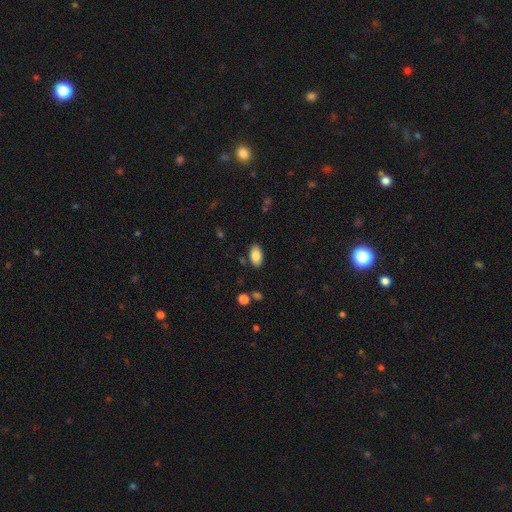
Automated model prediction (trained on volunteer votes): A smooth galaxy with no disk features (86%) that is in between round and cigar-shaped (94%). Merging: none (86%).